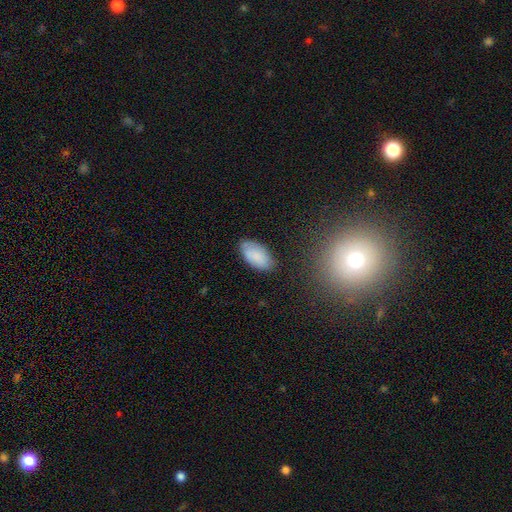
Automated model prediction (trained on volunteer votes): Smooth or featured? smooth (82%)
How rounded? in between (94%)
Merging? none (81%)